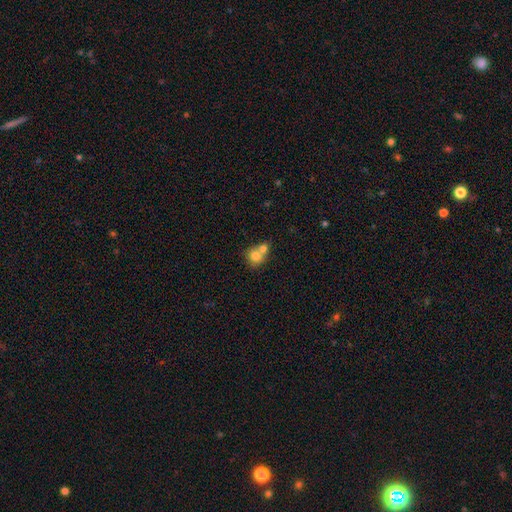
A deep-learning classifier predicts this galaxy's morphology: smooth-or-featured: smooth: 77% | featured or disk: 14% | star or artifact: 10%
  how-rounded: round: 79% | in between: 20% | cigar-shaped: 1%
  merging: merger: 59% | none: 32% | minor disturbance: 6% | major disturbance: 3%